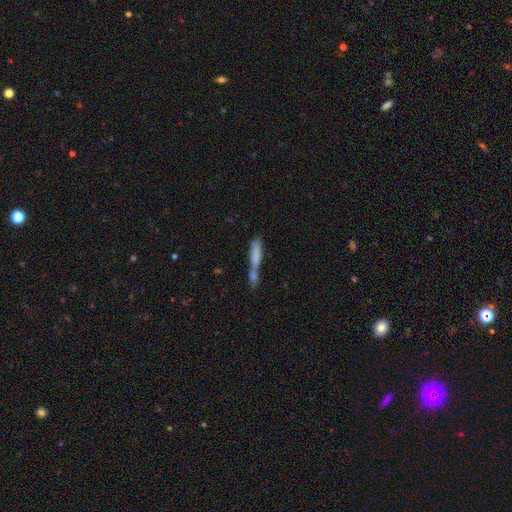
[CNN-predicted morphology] Q: Smooth or featured?
A: smooth (70%); runner-up: featured or disk (21%)
Q: How rounded?
A: cigar-shaped (82%); runner-up: in between (16%)
Q: Merging?
A: merger (59%); runner-up: none (23%)